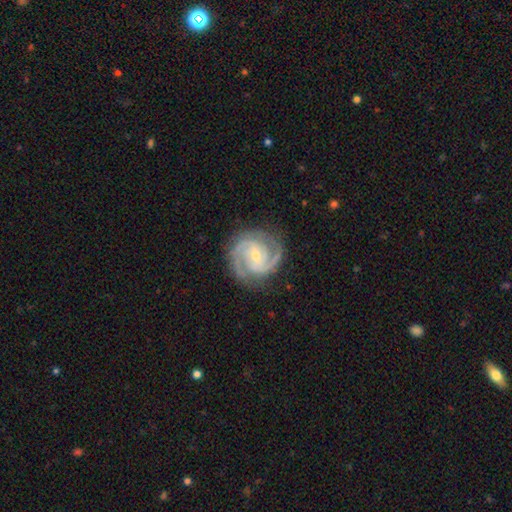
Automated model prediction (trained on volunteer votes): Overall: featured or disk (92%). Edge-on disk: no (98%). Bar: no (49%; weak 36%). Spiral arms: yes (99%). Spiral arm count: 2 (62%; 3 25%). Spiral winding: tight (61%; medium 36%). Bulge size: small (65%; moderate 32%). Merging: none (83%).